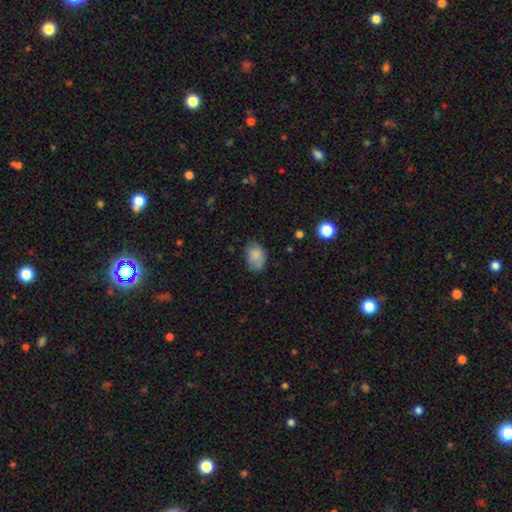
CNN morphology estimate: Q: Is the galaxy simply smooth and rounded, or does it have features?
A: smooth — 80%.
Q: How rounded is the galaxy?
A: in between — 82%.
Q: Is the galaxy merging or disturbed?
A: none — 62%.